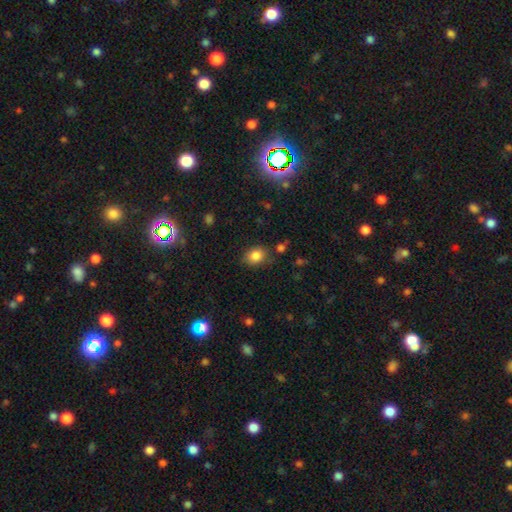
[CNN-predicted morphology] Smooth or featured: smooth — 84% (star or artifact — 10%)
How rounded: in between — 51% (round — 48%)
Merging: none — 80% (minor disturbance — 14%)